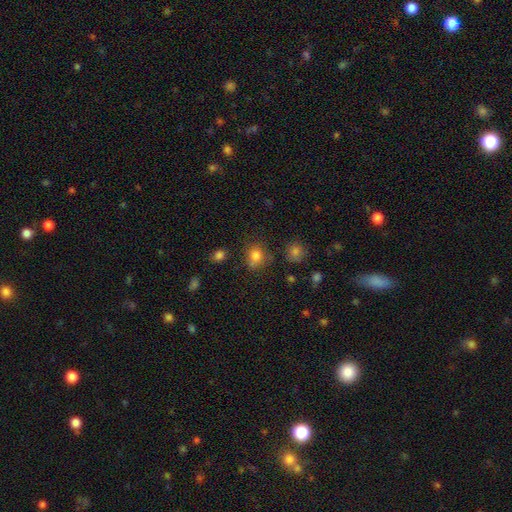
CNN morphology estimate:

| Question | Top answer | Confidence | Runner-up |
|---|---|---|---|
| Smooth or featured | smooth | 79% | star or artifact (14%) |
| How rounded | round | 71% | in between (28%) |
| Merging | none | 64% | minor disturbance (17%) |